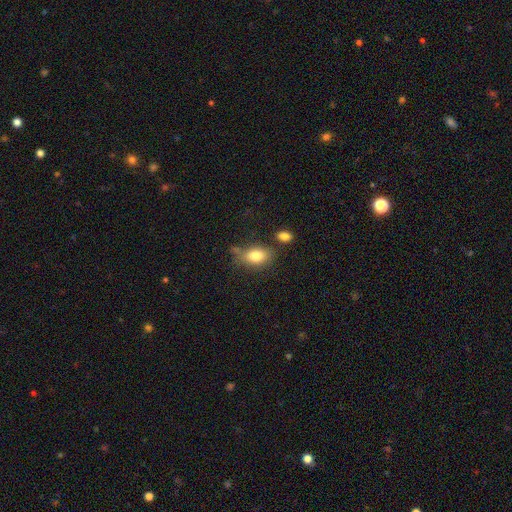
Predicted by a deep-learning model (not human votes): The model was most divided on "merging": none: 62%, minor disturbance: 21%, merger: 11%, major disturbance: 7%. More confident: how rounded — in between (83%); smooth or featured — smooth (81%).